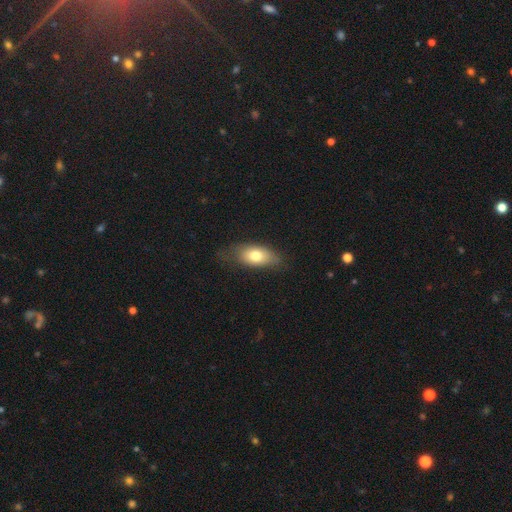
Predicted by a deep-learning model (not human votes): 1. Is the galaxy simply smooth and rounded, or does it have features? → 75% smooth, 17% featured or disk, 8% star or artifact.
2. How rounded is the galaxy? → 86% in between, 7% cigar-shaped, 7% round.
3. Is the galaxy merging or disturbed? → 64% none, 26% minor disturbance, 9% major disturbance, 1% merger.